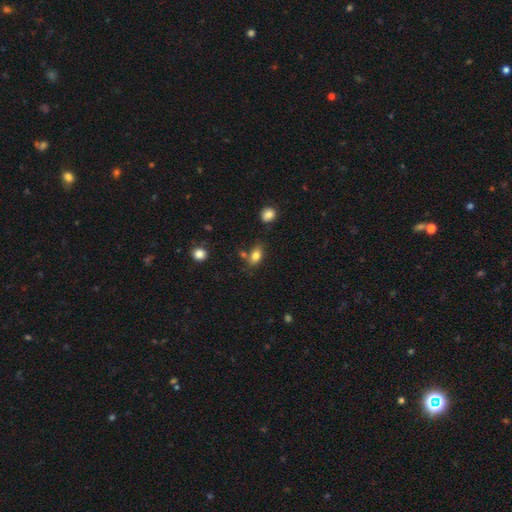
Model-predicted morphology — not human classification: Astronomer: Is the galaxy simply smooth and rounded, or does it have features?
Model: smooth — 81%.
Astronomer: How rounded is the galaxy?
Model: in between — 83%.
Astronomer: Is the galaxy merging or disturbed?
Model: none — 68%.